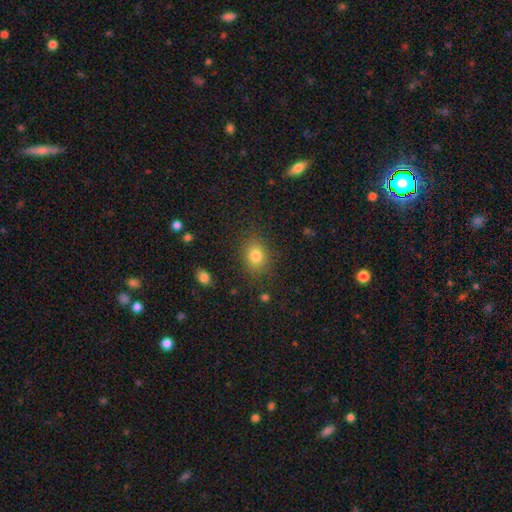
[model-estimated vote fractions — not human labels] This is clearly a smooth galaxy (81%). How rounded: possibly round (50%). Merging: clearly none (85%).